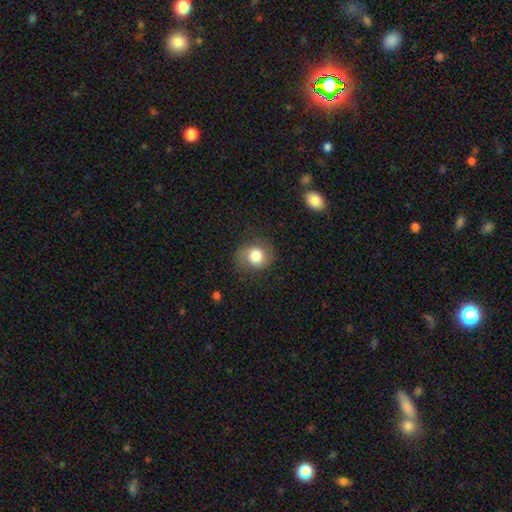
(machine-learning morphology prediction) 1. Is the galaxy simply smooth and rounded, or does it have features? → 62% smooth, 29% featured or disk, 9% star or artifact.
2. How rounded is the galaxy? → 75% round, 24% in between, 1% cigar-shaped.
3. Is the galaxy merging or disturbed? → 68% none, 20% minor disturbance, 10% major disturbance, 2% merger.